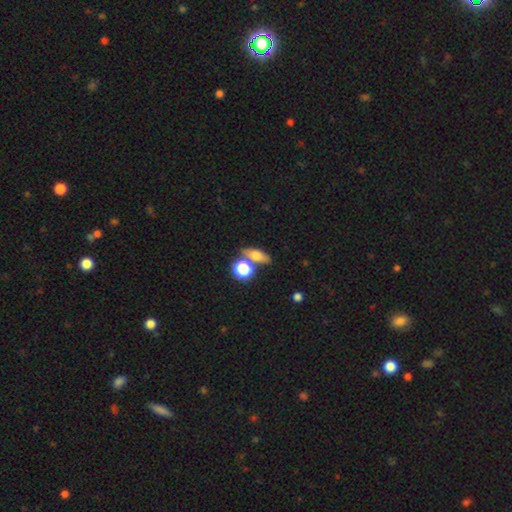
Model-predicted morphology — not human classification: A smooth galaxy with no disk features (64%) that is in between round and cigar-shaped (55%).

Vote fractions:
- Smooth or featured? smooth: 64% / featured or disk: 22% / star or artifact: 14%
- How rounded? in between: 55% / round: 23% / cigar-shaped: 22%
- Merging? none: 64% / merger: 20% / minor disturbance: 12% / major disturbance: 5%